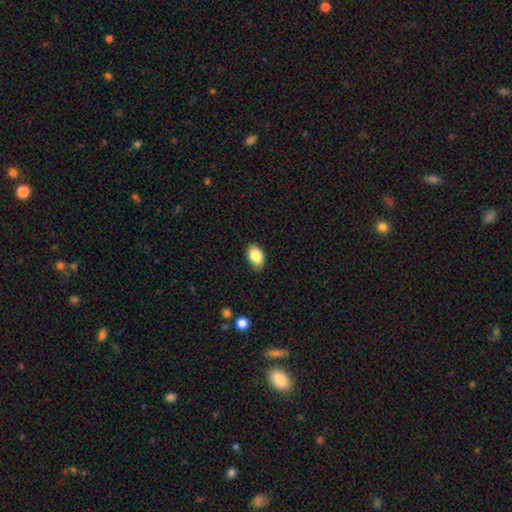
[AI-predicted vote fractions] smooth_or_featured: smooth (p=0.86) [alt: star or artifact p=0.07]
how_rounded: in between (p=0.90) [alt: round p=0.08]
merging: none (p=0.82) [alt: minor disturbance p=0.14]